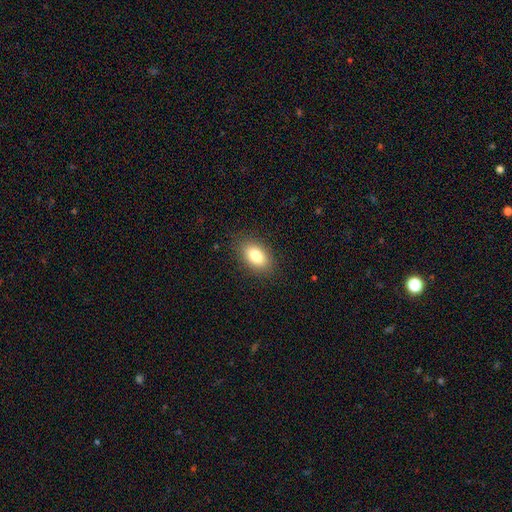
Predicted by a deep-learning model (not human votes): This appears to be a smooth galaxy with no disk features (84%) that is in between round and cigar-shaped (91%). Merging: none (86%).